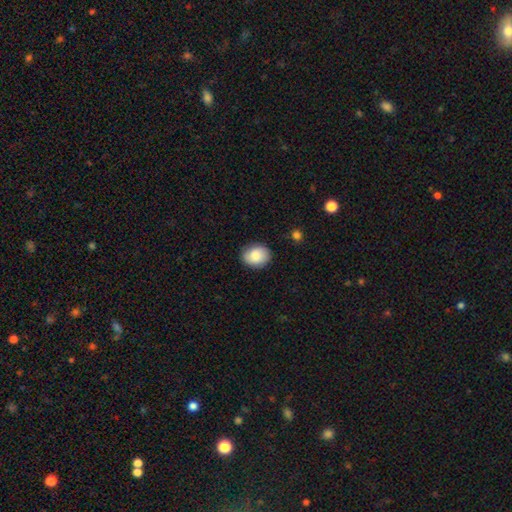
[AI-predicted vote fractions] The model was most divided on "how rounded": round: 57%, in between: 42%, cigar-shaped: 1%. More confident: smooth or featured — smooth (85%); merging — none (85%).